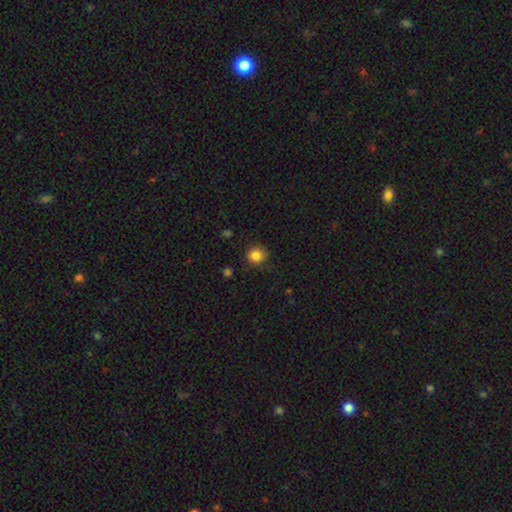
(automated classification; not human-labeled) This is clearly a smooth galaxy (85%). How rounded: clearly round (90%). Merging: likely none (80%).